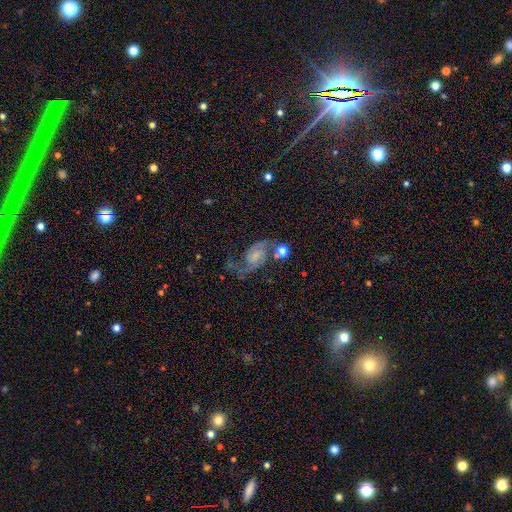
Smooth or featured?
  - featured or disk: 97% *
  - smooth: 3%
  - star or artifact: 0%
Edge-on disk?
  - no: 94% *
  - yes: 6%
Bar?
  - weak: 53% *
  - no: 32%
  - strong: 15%
Spiral arms?
  - yes: 100% *
  - no: 0%
Spiral winding?
  - loose: 59% *
  - medium: 38%
  - tight: 3%
Spiral arm count?
  - 2: 100% *
  - 1: 0%
  - 3: 0%
  - 4: 0%
  - more than 4: 0%
  - can't tell: 0%
Bulge size?
  - small: 56% *
  - none: 21%
  - moderate: 18%
  - large: 6%
  - dominant: 0%
Merging?
  - none: 62% *
  - minor disturbance: 22%
  - major disturbance: 8%
  - merger: 8%